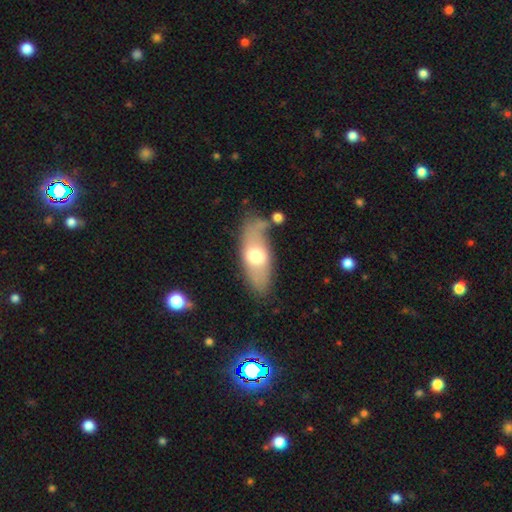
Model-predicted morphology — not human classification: Smooth or featured: smooth — 56% (featured or disk — 37%)
How rounded: in between — 81% (cigar-shaped — 15%)
Merging: none — 57% (minor disturbance — 20%)